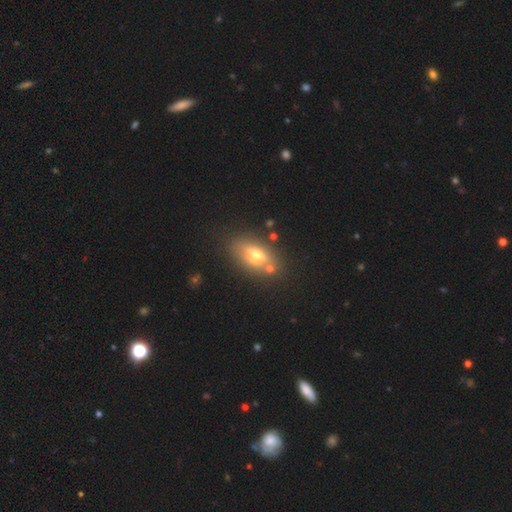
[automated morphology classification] Smooth or featured? smooth (52%)
How rounded? in between (77%)
Merging? none (74%)